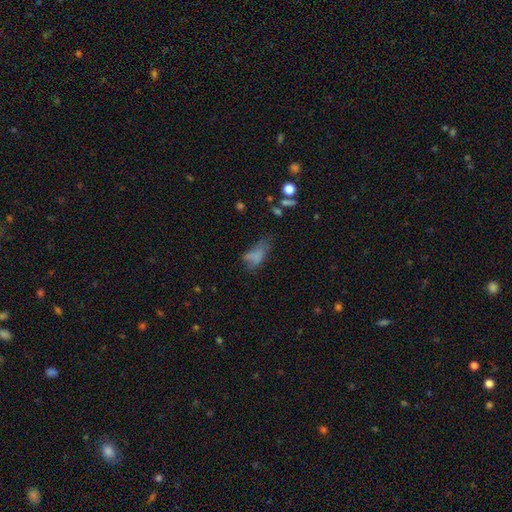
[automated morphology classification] Smooth or featured? Predicted: smooth (p=0.64). How rounded? Predicted: in between (p=0.84). Merging? Predicted: major disturbance (p=0.35).